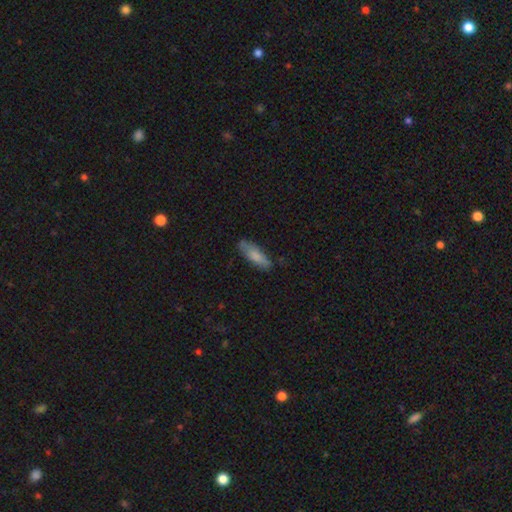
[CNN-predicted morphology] smooth-or-featured: smooth: 77% | featured or disk: 17% | star or artifact: 6%
  how-rounded: in between: 52% | cigar-shaped: 47% | round: 2%
  merging: none: 75% | minor disturbance: 19% | major disturbance: 4% | merger: 2%